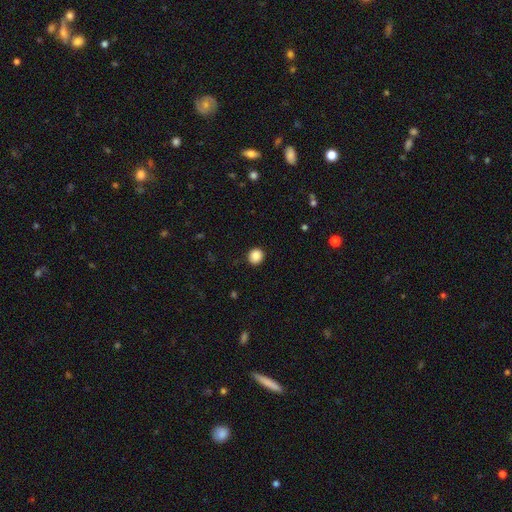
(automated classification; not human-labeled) This is clearly a smooth galaxy (87%). How rounded: clearly round (90%). Merging: clearly none (92%).